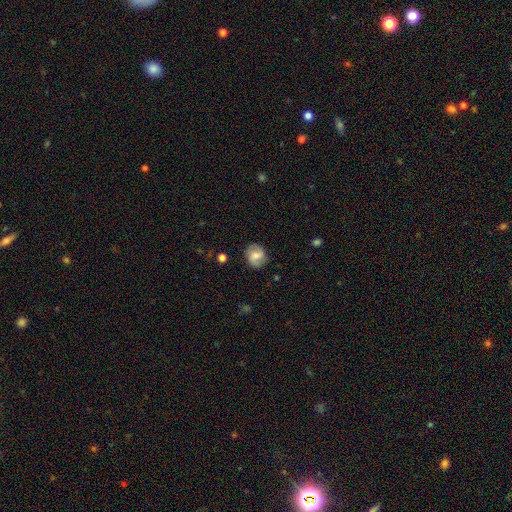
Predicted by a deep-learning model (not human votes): Smooth or featured? Predicted: smooth (p=0.54). How rounded? Predicted: round (p=0.69). Merging? Predicted: none (p=0.82).